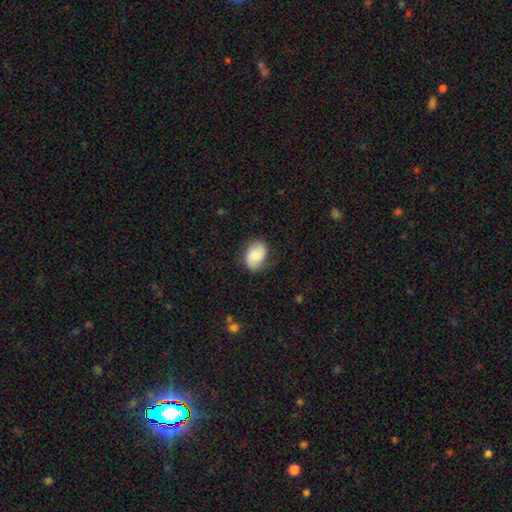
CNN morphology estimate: A smooth galaxy with no disk features (60%) that is in between round and cigar-shaped (72%). Merging: none (73%).